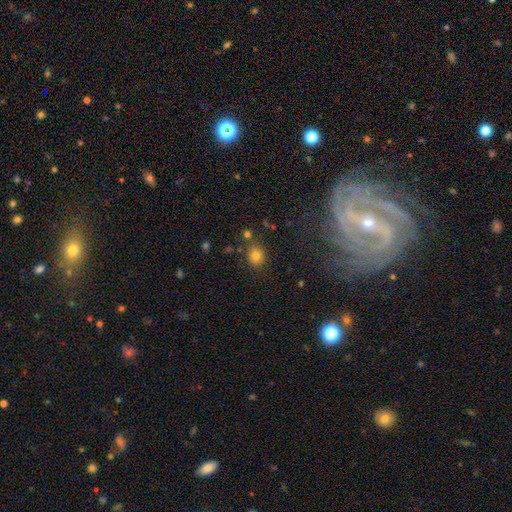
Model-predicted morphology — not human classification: smooth 79%, star or artifact 15%, featured or disk 6%. Down the decision tree: how rounded — round (61%); merging — none (77%).